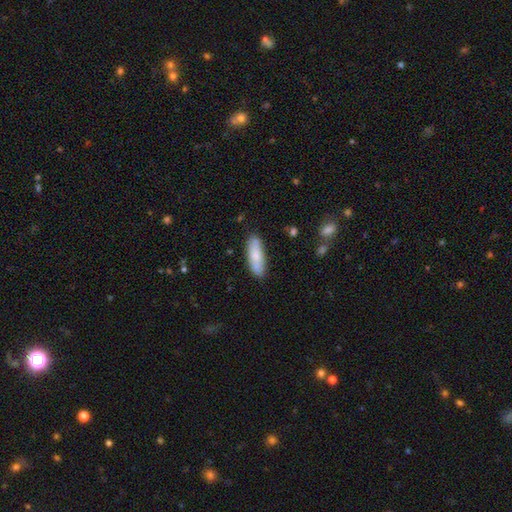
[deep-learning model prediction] Smooth or featured? smooth (76%)
How rounded? in between (50%)
Merging? none (81%)